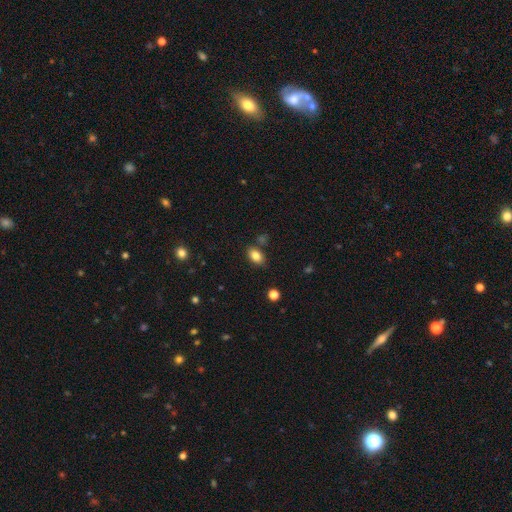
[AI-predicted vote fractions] A smooth galaxy with no disk features (83%) that is in between round and cigar-shaped (85%). Merging: none (79%).